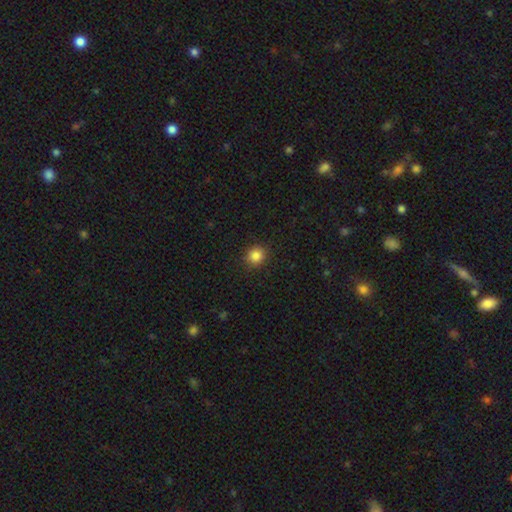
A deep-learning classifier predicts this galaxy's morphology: Overall: smooth (86%). How rounded: round (85%). Merging: none (90%).